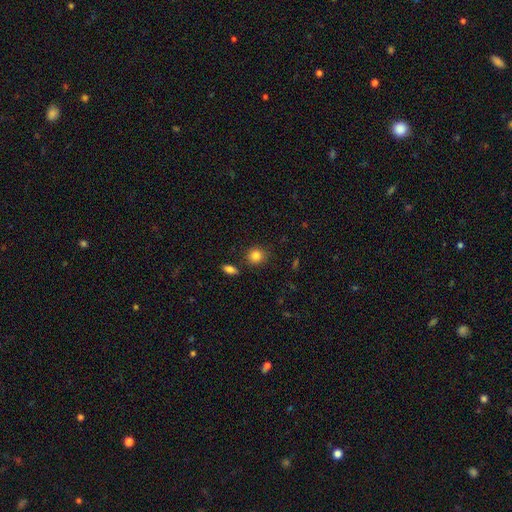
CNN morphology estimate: type=smooth (85%); roundness=round (82%); merging=none (83%).